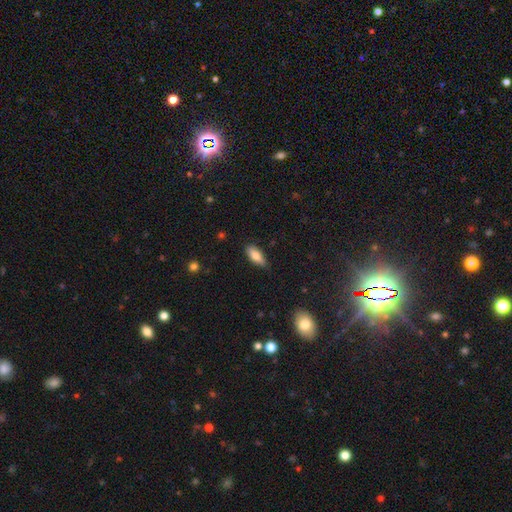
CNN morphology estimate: Smooth or featured?
  - smooth: 77% *
  - featured or disk: 16%
  - star or artifact: 7%
How rounded?
  - in between: 74% *
  - cigar-shaped: 23%
  - round: 2%
Merging?
  - none: 82% *
  - minor disturbance: 15%
  - major disturbance: 2%
  - merger: 1%